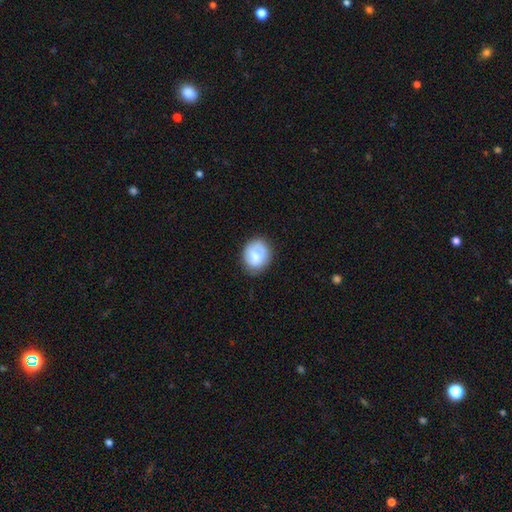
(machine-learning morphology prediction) A smooth galaxy with no disk features (66%) that is round (60%). Merging: none (67%).